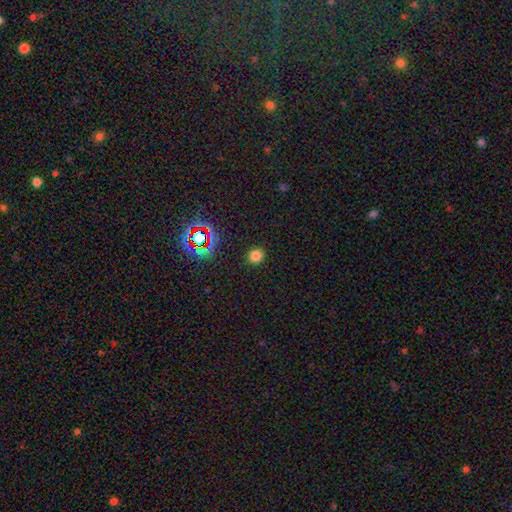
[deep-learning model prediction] Q: Smooth or featured?
A: smooth (76%); runner-up: star or artifact (19%)
Q: How rounded?
A: round (85%); runner-up: in between (14%)
Q: Merging?
A: none (90%); runner-up: minor disturbance (6%)